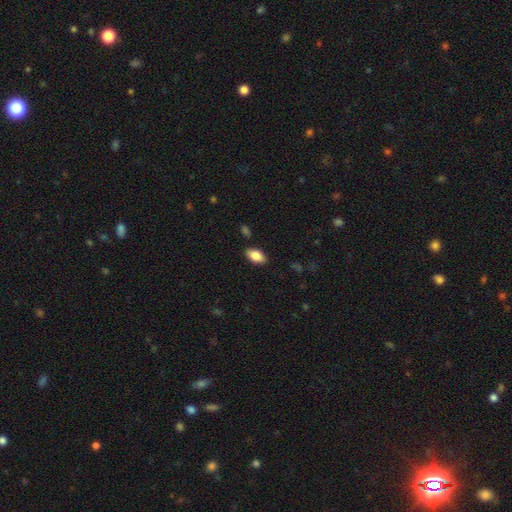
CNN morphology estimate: Smooth or featured? Predicted: smooth (p=0.84). How rounded? Predicted: in between (p=0.93). Merging? Predicted: none (p=0.87).